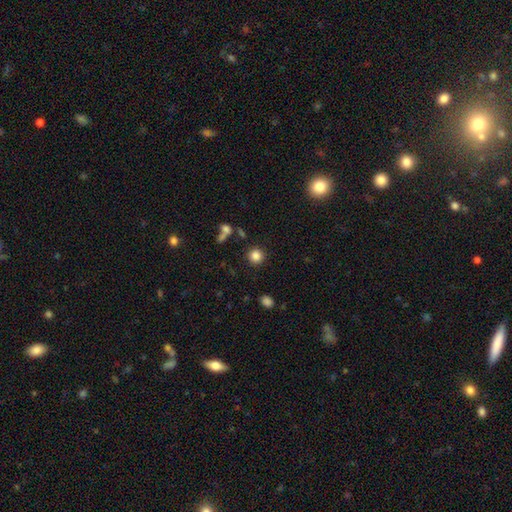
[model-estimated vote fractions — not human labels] Smooth or featured? smooth (84%)
How rounded? round (93%)
Merging? none (89%)